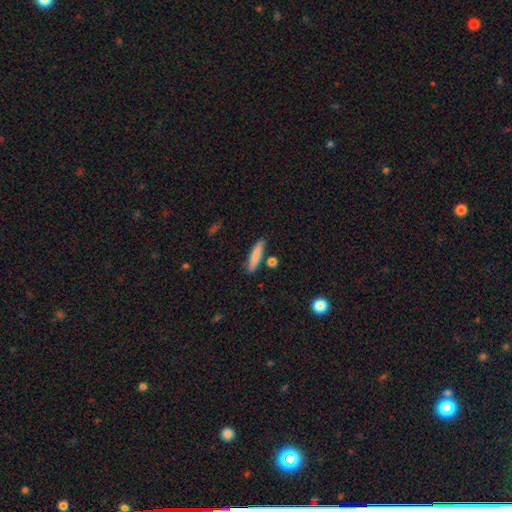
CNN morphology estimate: smooth_or_featured: smooth (p=0.82) [alt: featured or disk p=0.12]
how_rounded: cigar-shaped (p=0.85) [alt: in between p=0.12]
merging: none (p=0.82) [alt: minor disturbance p=0.10]